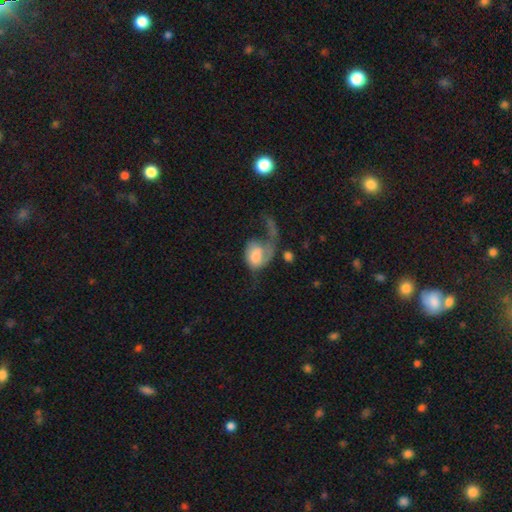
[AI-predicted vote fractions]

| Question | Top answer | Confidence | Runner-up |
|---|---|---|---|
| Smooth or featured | smooth | 51% | featured or disk (41%) |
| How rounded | in between | 62% | round (36%) |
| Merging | major disturbance | 61% | none (15%) |